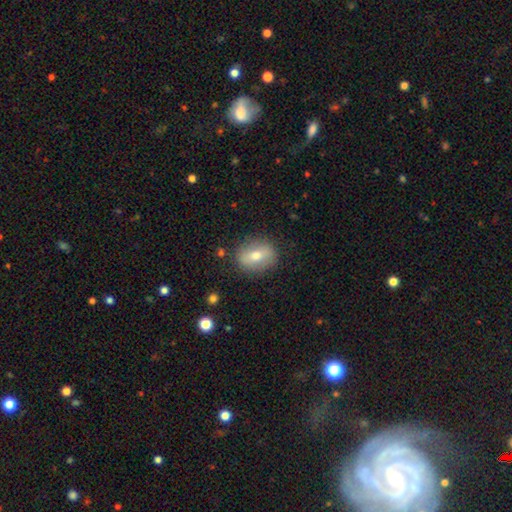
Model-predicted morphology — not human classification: Smooth or featured: smooth — 60% (featured or disk — 32%)
How rounded: in between — 58% (round — 39%)
Merging: none — 86% (minor disturbance — 10%)